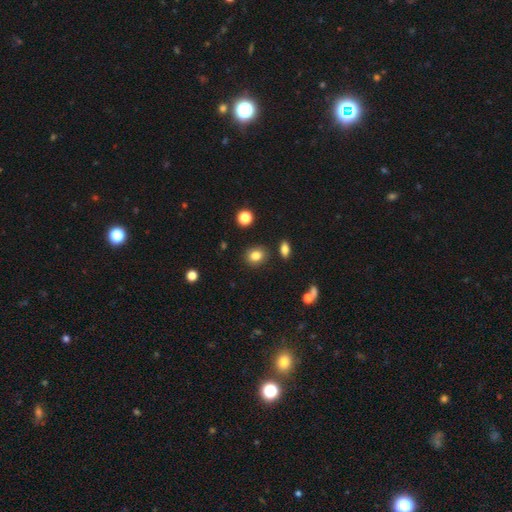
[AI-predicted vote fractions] smooth-or-featured: smooth: 83% | star or artifact: 11% | featured or disk: 7%
  how-rounded: round: 66% | in between: 33% | cigar-shaped: 1%
  merging: none: 86% | minor disturbance: 8% | merger: 3% | major disturbance: 2%